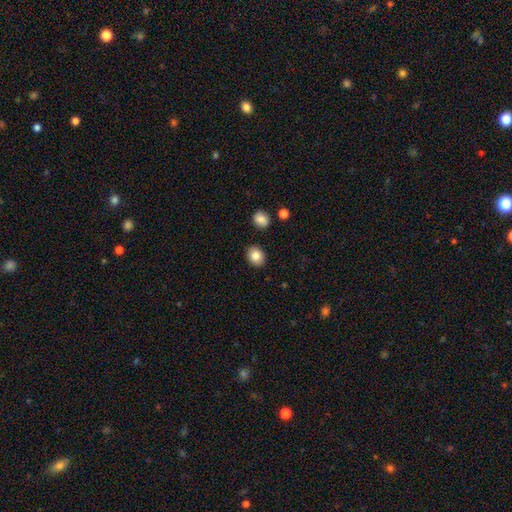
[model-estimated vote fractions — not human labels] Q: Smooth or featured?
A: smooth (84%); runner-up: star or artifact (9%)
Q: How rounded?
A: round (54%); runner-up: in between (45%)
Q: Merging?
A: none (89%); runner-up: minor disturbance (7%)